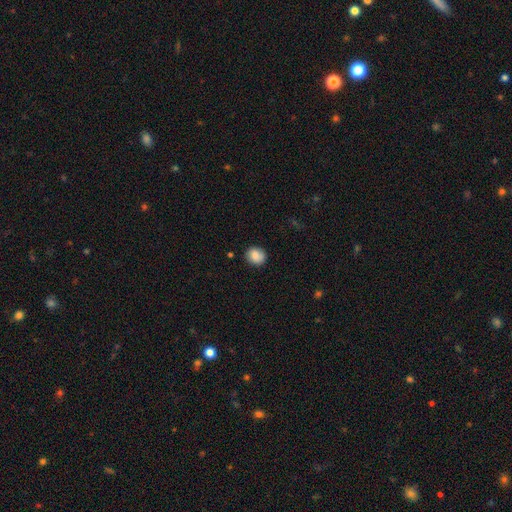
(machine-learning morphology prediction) type=smooth (85%); roundness=round (75%); merging=none (83%).